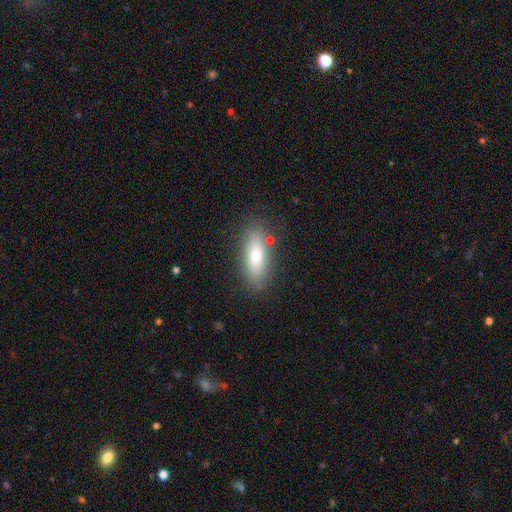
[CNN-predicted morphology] Q: Smooth or featured?
A: smooth (76%); runner-up: featured or disk (17%)
Q: How rounded?
A: in between (64%); runner-up: cigar-shaped (34%)
Q: Merging?
A: none (83%); runner-up: minor disturbance (11%)